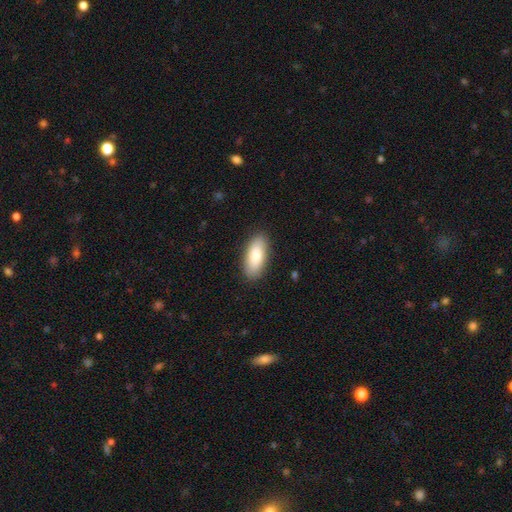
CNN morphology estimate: smooth 84%, featured or disk 11%, star or artifact 6%. Down the decision tree: how rounded — in between (85%); merging — none (88%).